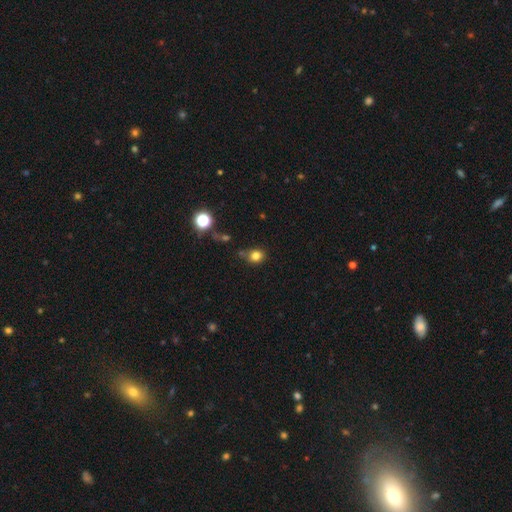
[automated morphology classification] Smooth or featured? smooth (80%)
How rounded? round (70%)
Merging? none (65%)